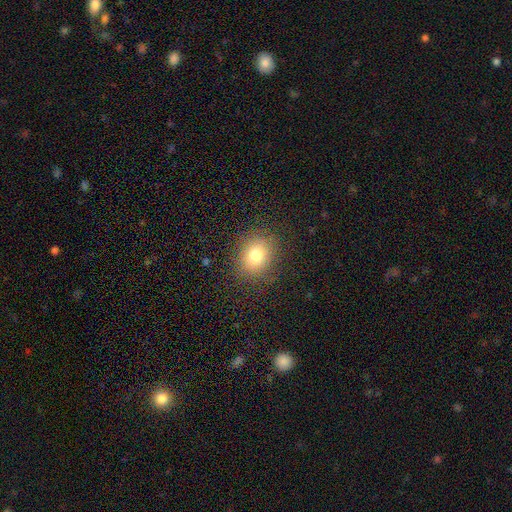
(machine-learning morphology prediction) Smooth or featured? smooth (78%)
How rounded? round (57%)
Merging? none (85%)